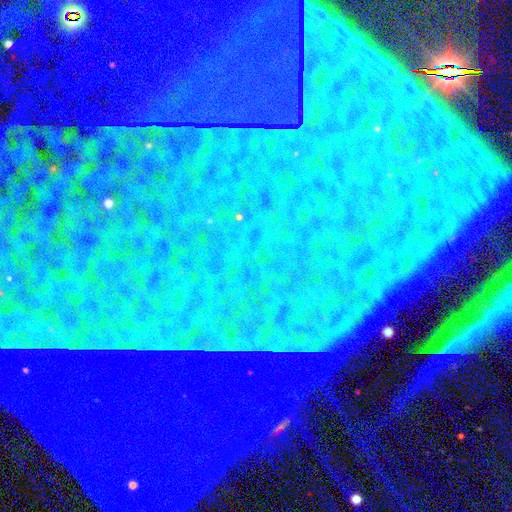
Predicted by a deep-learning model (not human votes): Smooth or featured? Predicted: star or artifact (p=0.86).